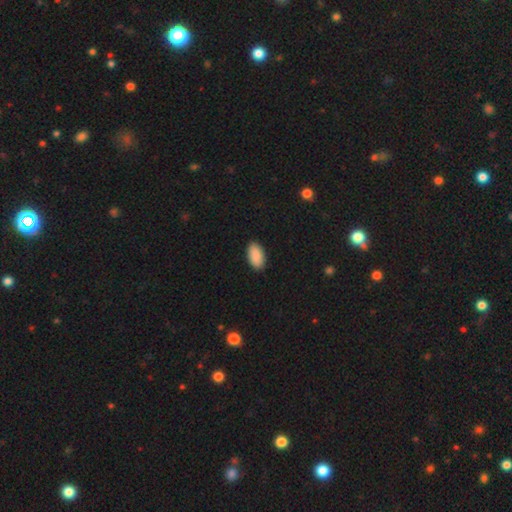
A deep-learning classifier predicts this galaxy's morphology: type=smooth (91%); roundness=in between (95%); merging=none (90%).